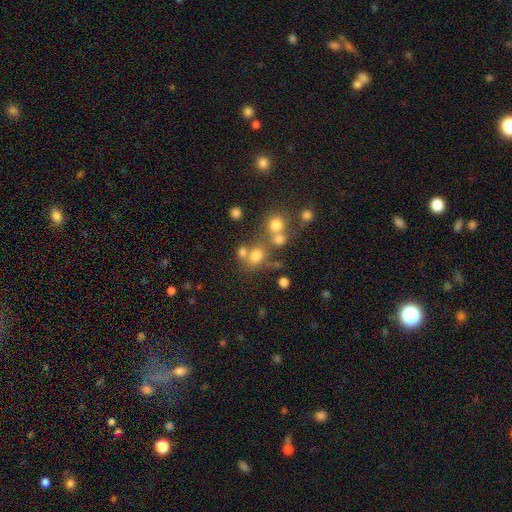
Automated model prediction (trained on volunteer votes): This appears to be a smooth galaxy with no disk features (71%) that is round (65%). Merging: none (49%).